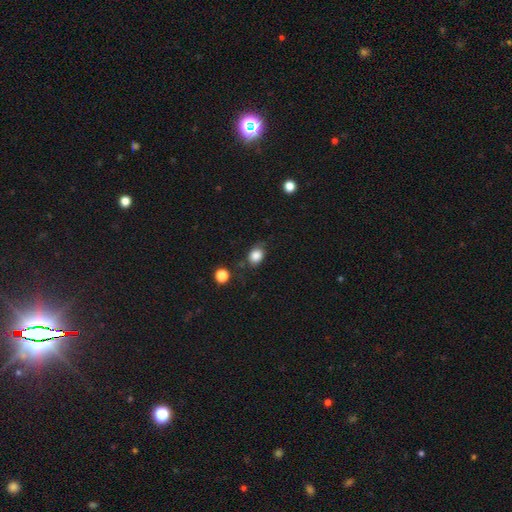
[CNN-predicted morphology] smooth_or_featured: smooth (p=0.84) [alt: star or artifact p=0.10]
how_rounded: in between (p=0.53) [alt: round p=0.46]
merging: none (p=0.67) [alt: minor disturbance p=0.23]